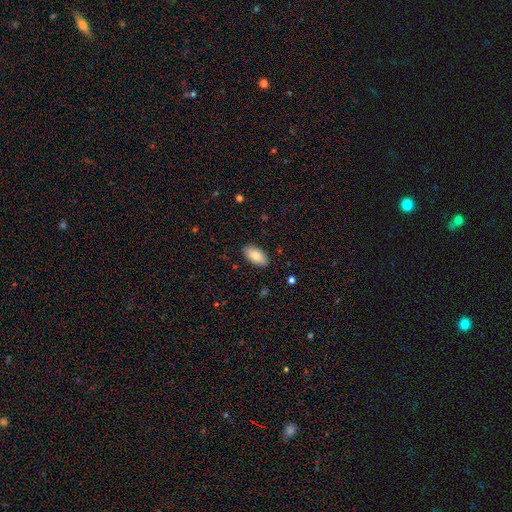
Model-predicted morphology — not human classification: smooth-or-featured: smooth: 83% | featured or disk: 10% | star or artifact: 6%
  how-rounded: in between: 94% | cigar-shaped: 3% | round: 2%
  merging: none: 88% | minor disturbance: 9% | major disturbance: 2% | merger: 1%